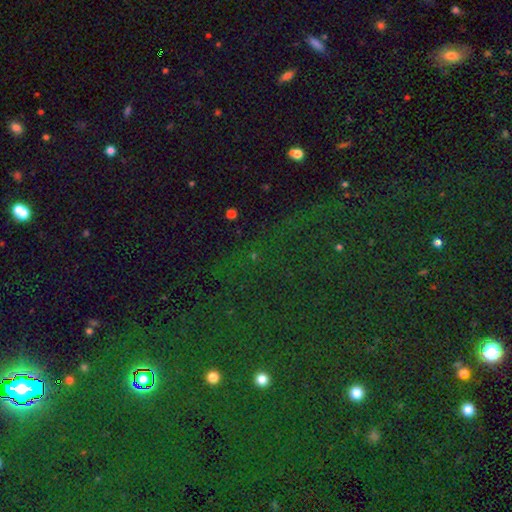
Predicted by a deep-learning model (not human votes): Overall: star or artifact (80%).